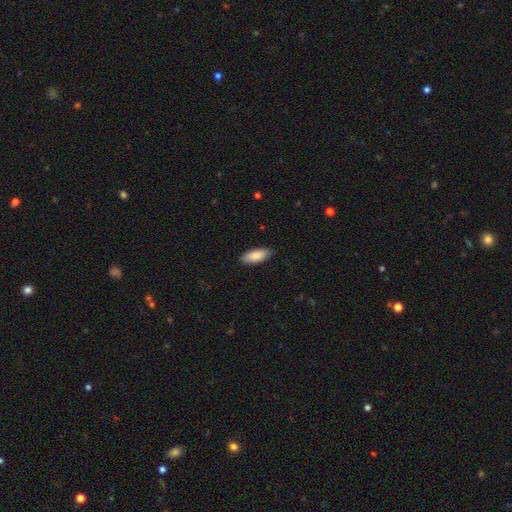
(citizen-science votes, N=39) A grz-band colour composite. It shows a smooth galaxy with no disk features (90%) that is in between round and cigar-shaped (89%). Merging: none (87%).